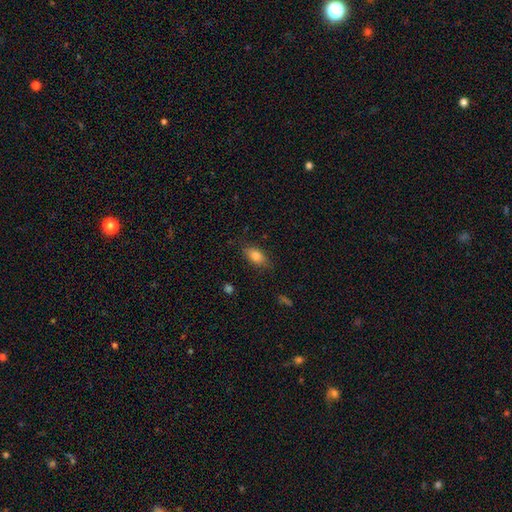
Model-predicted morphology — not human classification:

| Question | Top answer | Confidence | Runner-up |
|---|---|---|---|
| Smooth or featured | smooth | 81% | featured or disk (11%) |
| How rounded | in between | 86% | cigar-shaped (9%) |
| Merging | none | 80% | minor disturbance (15%) |